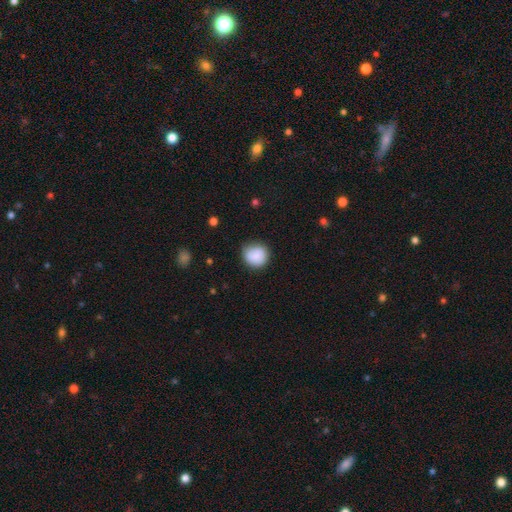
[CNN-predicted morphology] Smooth or featured? Predicted: smooth (p=0.87). How rounded? Predicted: round (p=0.89). Merging? Predicted: none (p=0.80).